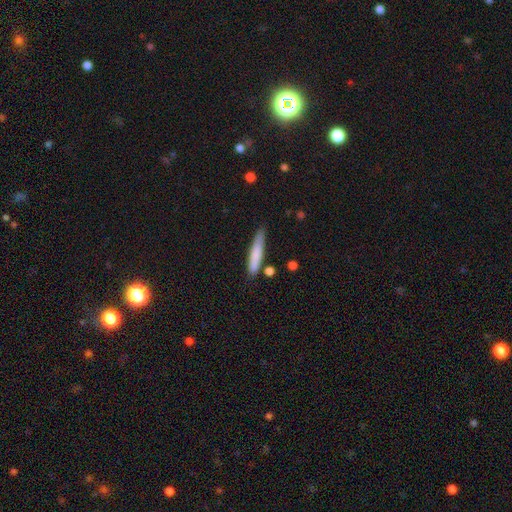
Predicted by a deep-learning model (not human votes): smooth-or-featured: smooth: 77% | featured or disk: 17% | star or artifact: 6%
  how-rounded: cigar-shaped: 88% | in between: 11% | round: 1%
  merging: none: 71% | minor disturbance: 20% | merger: 5% | major disturbance: 4%